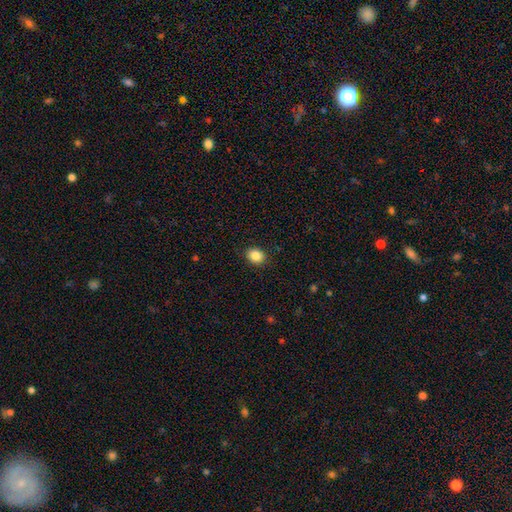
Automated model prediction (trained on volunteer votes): This is clearly a smooth galaxy (87%). How rounded: possibly in between (52%). Merging: clearly none (89%).